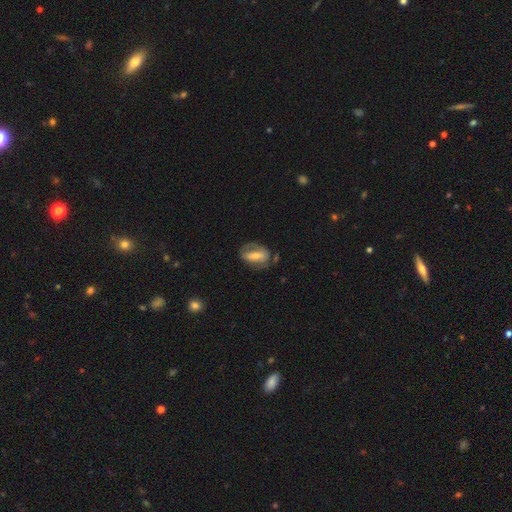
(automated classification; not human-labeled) smooth-or-featured: featured or disk: 54% | smooth: 39% | star or artifact: 7%
  disk-edge-on: no: 90% | yes: 10%
  merging: none: 53% | minor disturbance: 25% | major disturbance: 19% | merger: 3%